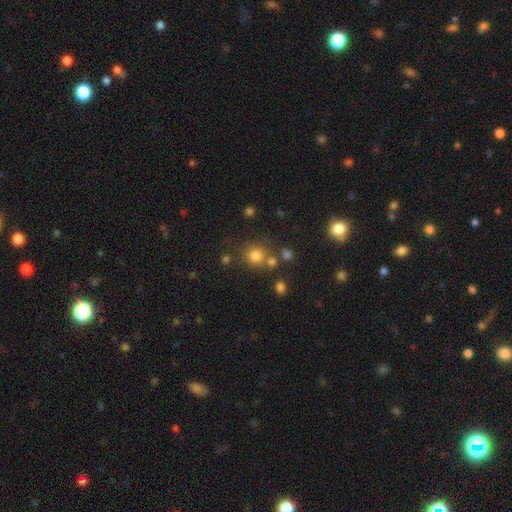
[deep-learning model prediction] Morphology: type=smooth (78%); roundness=round (88%); merging=none (70%).